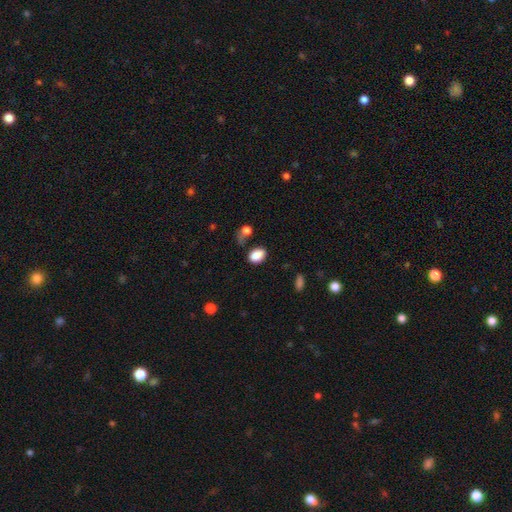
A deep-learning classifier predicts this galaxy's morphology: smooth 86%, star or artifact 9%, featured or disk 5%. Down the decision tree: how rounded — in between (78%); merging — none (62%).